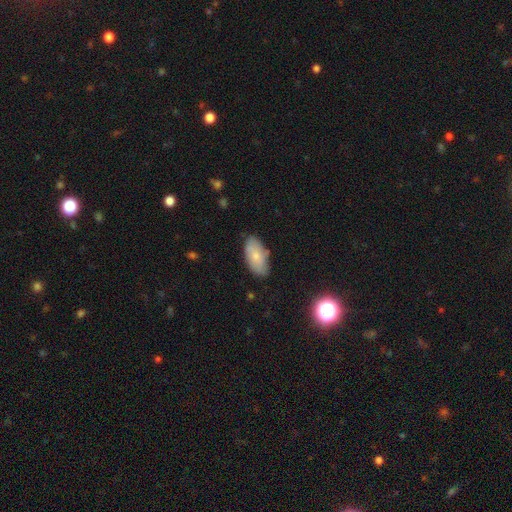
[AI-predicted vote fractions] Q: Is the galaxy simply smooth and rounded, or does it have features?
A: smooth — 72%.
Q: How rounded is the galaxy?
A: in between — 93%.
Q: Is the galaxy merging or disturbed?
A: none — 74%.